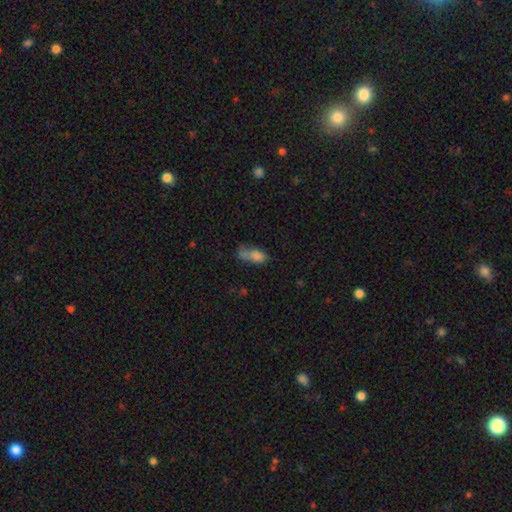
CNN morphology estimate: type=smooth (73%); roundness=in between (78%); merging=merger (39%).